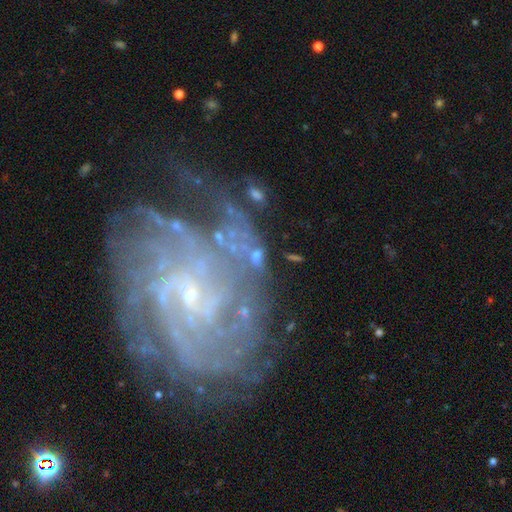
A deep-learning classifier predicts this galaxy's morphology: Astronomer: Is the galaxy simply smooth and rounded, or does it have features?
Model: featured or disk — 63%.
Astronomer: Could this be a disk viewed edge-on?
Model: no — 92%.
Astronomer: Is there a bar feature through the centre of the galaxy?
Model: no — 57%.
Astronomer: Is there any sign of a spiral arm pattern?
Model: yes — 77%.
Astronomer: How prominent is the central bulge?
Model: small — 61%.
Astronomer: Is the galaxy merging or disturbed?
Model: none — 58%.